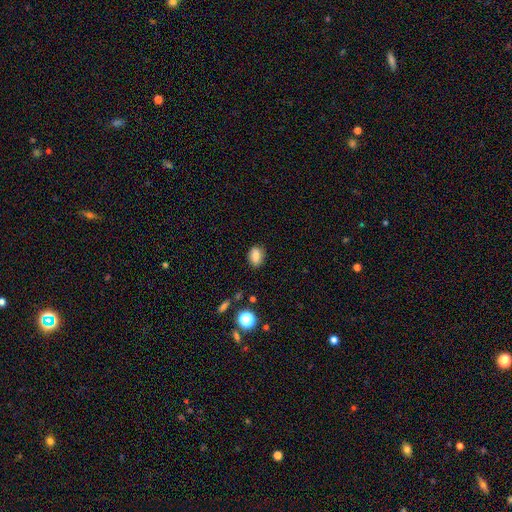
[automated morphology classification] Smooth or featured?
  - smooth: 78% *
  - featured or disk: 11%
  - star or artifact: 10%
How rounded?
  - in between: 70% *
  - round: 28%
  - cigar-shaped: 2%
Merging?
  - none: 83% *
  - minor disturbance: 12%
  - major disturbance: 3%
  - merger: 2%